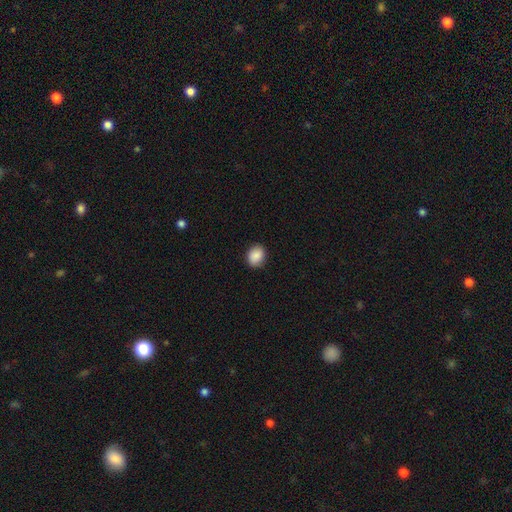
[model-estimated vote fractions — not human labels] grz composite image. It shows a smooth galaxy with no disk features (89%) that is round (53%). Merging: none (88%).